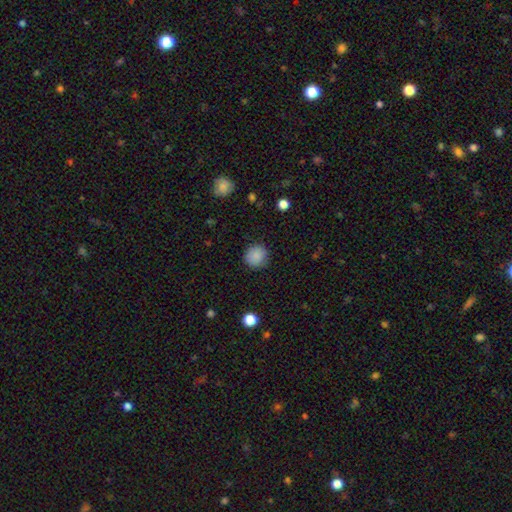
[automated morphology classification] Smooth or featured?
  - smooth: 87% *
  - star or artifact: 9%
  - featured or disk: 4%
How rounded?
  - round: 90% *
  - in between: 9%
  - cigar-shaped: 1%
Merging?
  - none: 88% *
  - minor disturbance: 9%
  - major disturbance: 3%
  - merger: 1%